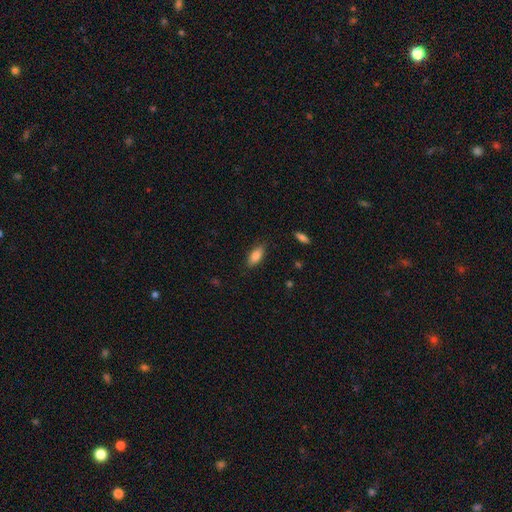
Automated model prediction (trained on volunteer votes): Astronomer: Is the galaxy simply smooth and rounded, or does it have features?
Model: smooth — 84%.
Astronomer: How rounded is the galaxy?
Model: in between — 84%.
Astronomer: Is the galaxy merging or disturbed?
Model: none — 85%.